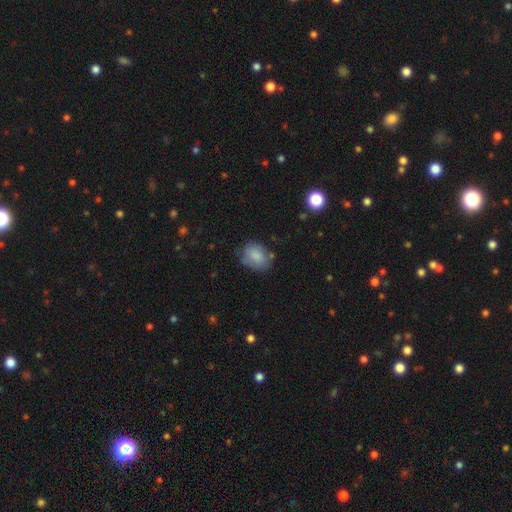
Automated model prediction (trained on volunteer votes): A smooth galaxy with no disk features (81%) that is in between round and cigar-shaped (63%).

Vote fractions:
- Smooth or featured? smooth: 81% / featured or disk: 11% / star or artifact: 8%
- How rounded? in between: 63% / round: 36% / cigar-shaped: 1%
- Merging? none: 65% / minor disturbance: 24% / major disturbance: 7% / merger: 4%